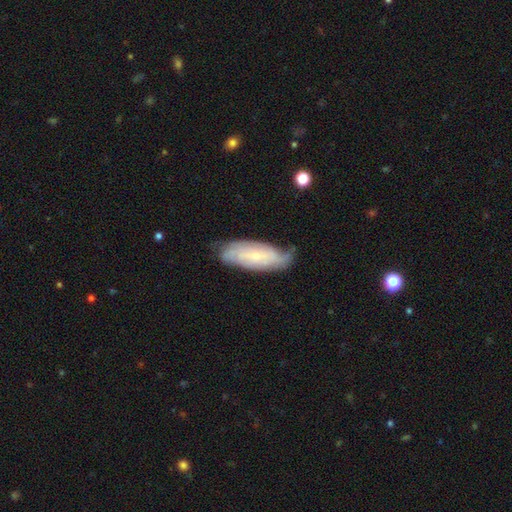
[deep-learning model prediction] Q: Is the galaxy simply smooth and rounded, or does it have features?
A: featured or disk — 64%.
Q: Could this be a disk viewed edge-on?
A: no — 85%.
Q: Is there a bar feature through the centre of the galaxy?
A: no — 63%.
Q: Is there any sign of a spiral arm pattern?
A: yes — 87%.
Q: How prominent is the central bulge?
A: small — 77%.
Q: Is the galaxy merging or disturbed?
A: none — 68%.